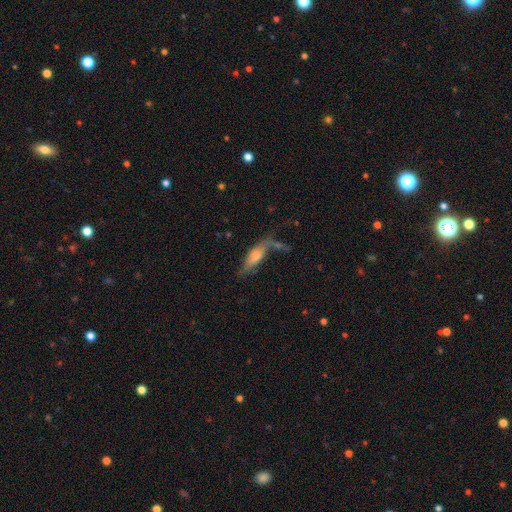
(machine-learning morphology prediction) A smooth galaxy with no disk features (52%) that is cigar-shaped (49%).

Vote fractions:
- Smooth or featured? smooth: 52% / featured or disk: 40% / star or artifact: 8%
- How rounded? cigar-shaped: 49% / in between: 48% / round: 3%
- Merging? none: 35% / minor disturbance: 23% / major disturbance: 23% / merger: 18%